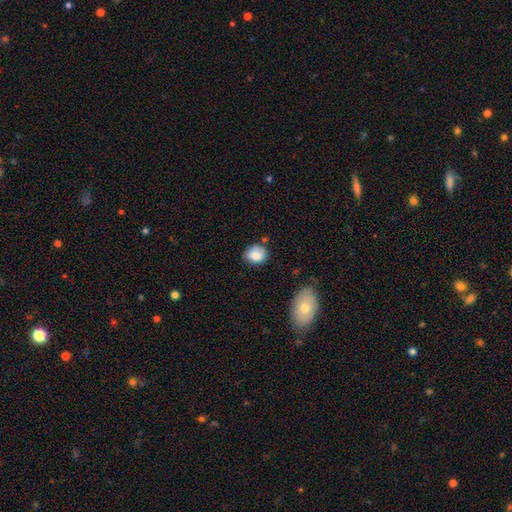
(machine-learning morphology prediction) type=smooth (83%); roundness=round (69%); merging=none (67%).